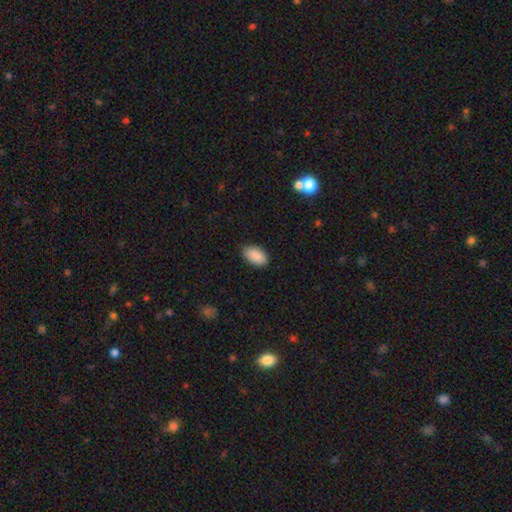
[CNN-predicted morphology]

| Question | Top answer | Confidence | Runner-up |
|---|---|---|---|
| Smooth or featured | smooth | 89% | star or artifact (7%) |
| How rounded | in between | 95% | round (4%) |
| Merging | none | 87% | minor disturbance (10%) |